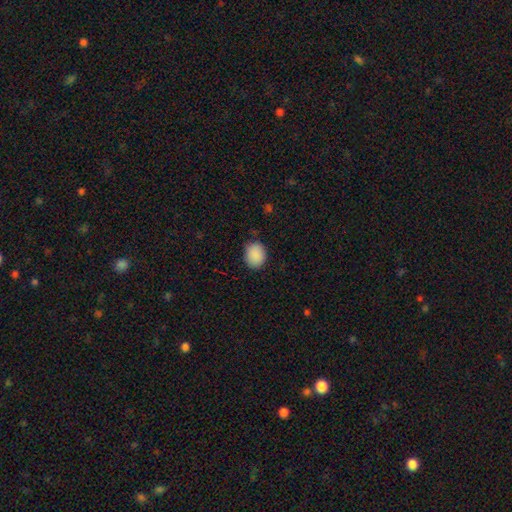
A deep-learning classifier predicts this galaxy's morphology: Q: Smooth or featured?
A: smooth (89%); runner-up: star or artifact (8%)
Q: How rounded?
A: round (57%); runner-up: in between (43%)
Q: Merging?
A: none (84%); runner-up: minor disturbance (13%)